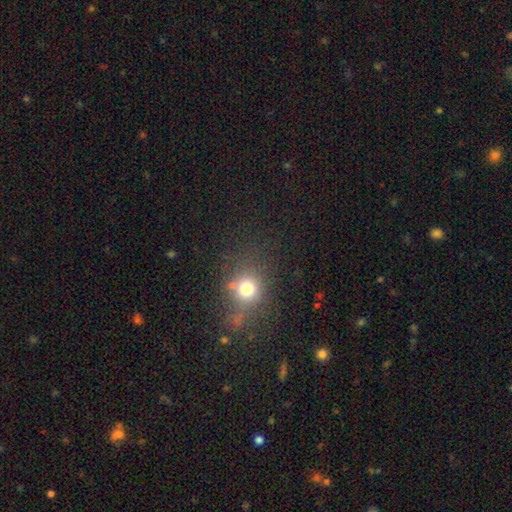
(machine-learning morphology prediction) The model was most divided on "smooth or featured": smooth: 58%, star or artifact: 32%, featured or disk: 10%. More confident: how rounded — round (76%); merging — none (75%).